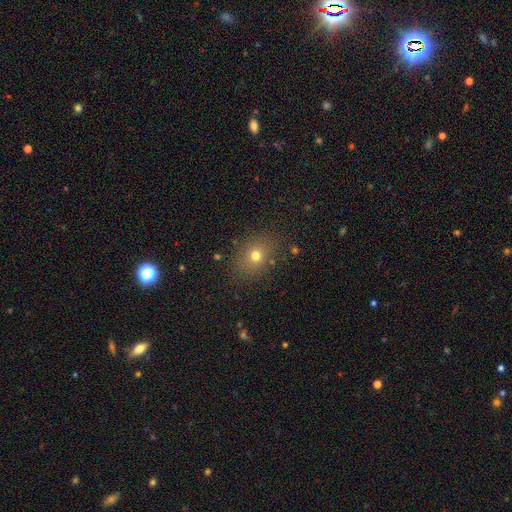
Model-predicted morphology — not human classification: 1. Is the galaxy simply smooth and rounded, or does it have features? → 71% smooth, 16% star or artifact, 13% featured or disk.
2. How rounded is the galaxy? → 53% in between, 46% round, 1% cigar-shaped.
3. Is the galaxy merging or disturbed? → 84% none, 10% minor disturbance, 4% major disturbance, 2% merger.